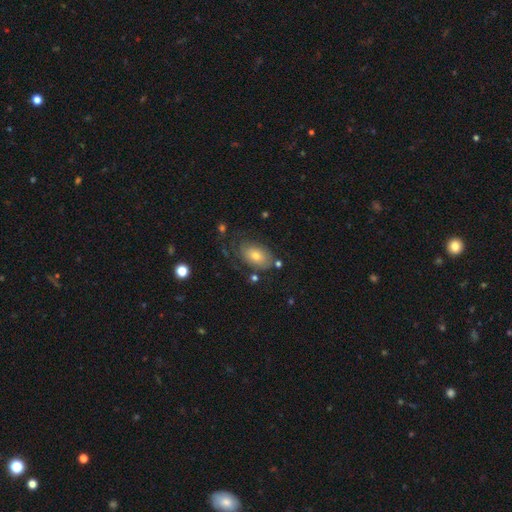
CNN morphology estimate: Smooth or featured? smooth (61%)
How rounded? in between (88%)
Merging? none (61%)